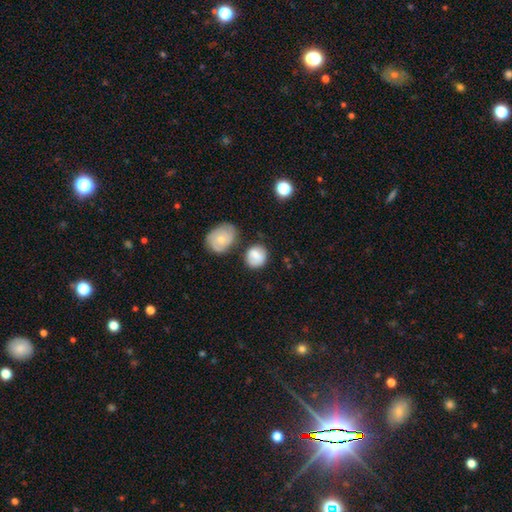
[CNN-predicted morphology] Q: Smooth or featured?
A: smooth (79%); runner-up: featured or disk (14%)
Q: How rounded?
A: round (72%); runner-up: in between (27%)
Q: Merging?
A: none (65%); runner-up: minor disturbance (19%)